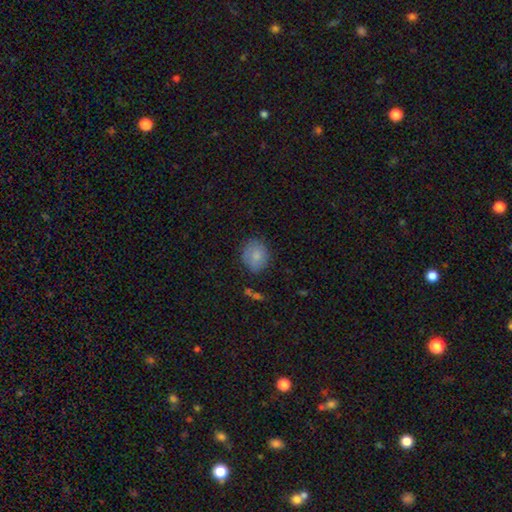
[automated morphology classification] This is clearly a smooth galaxy (82%). How rounded: possibly round (54%). Merging: likely none (75%).